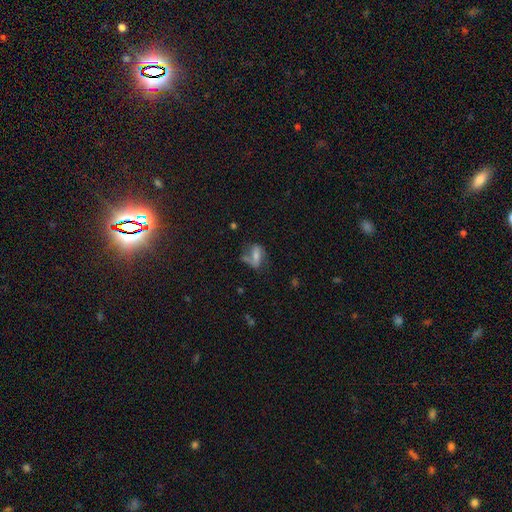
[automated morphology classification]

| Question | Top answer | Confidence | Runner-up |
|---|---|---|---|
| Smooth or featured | featured or disk | 49% | smooth (40%) |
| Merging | none | 43% | minor disturbance (24%) |